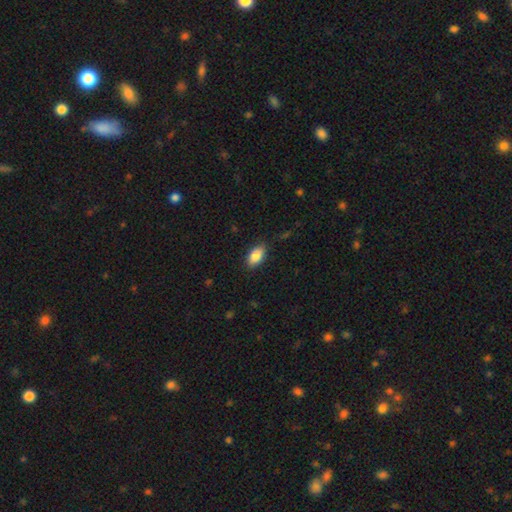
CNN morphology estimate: Smooth or featured?
  - smooth: 86% *
  - star or artifact: 7%
  - featured or disk: 7%
How rounded?
  - in between: 92% *
  - round: 5%
  - cigar-shaped: 3%
Merging?
  - none: 86% *
  - minor disturbance: 10%
  - major disturbance: 2%
  - merger: 1%